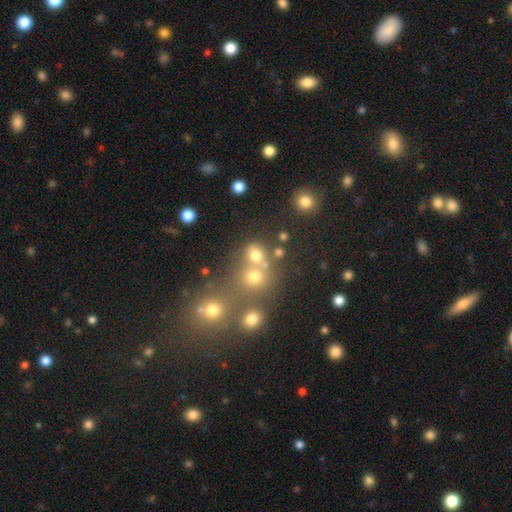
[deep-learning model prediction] Morphology: type=smooth (70%); roundness=round (75%); merging=none (55%).